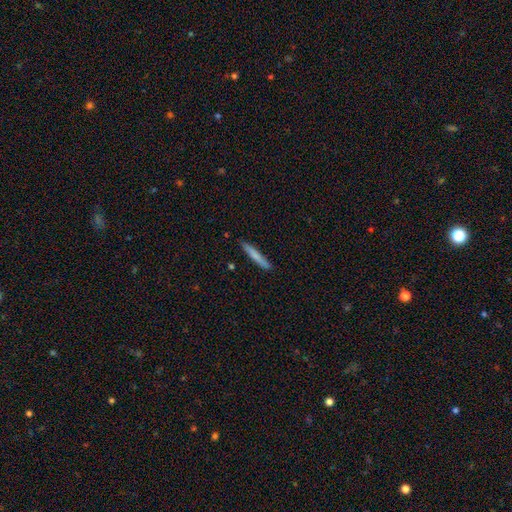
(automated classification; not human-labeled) The model was most divided on "smooth or featured": smooth: 75%, featured or disk: 20%, star or artifact: 5%. More confident: how rounded — cigar-shaped (95%); merging — none (86%).